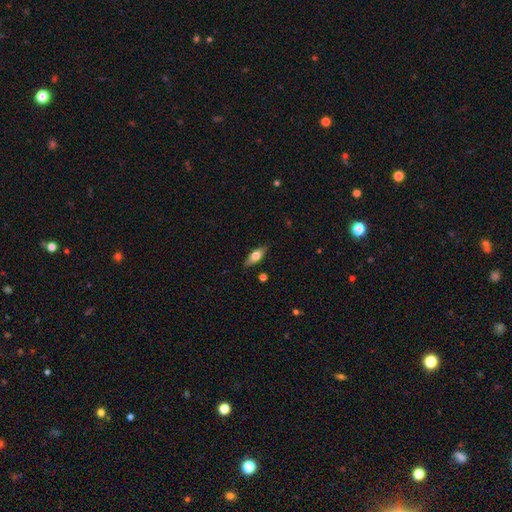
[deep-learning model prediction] smooth-or-featured: smooth: 62% | featured or disk: 31% | star or artifact: 7%
  how-rounded: in between: 71% | cigar-shaped: 26% | round: 3%
  merging: none: 83% | minor disturbance: 13% | major disturbance: 3% | merger: 2%